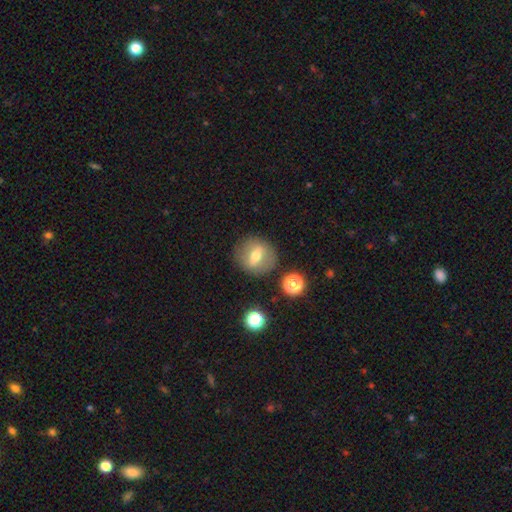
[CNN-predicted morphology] smooth-or-featured: smooth: 53% | featured or disk: 36% | star or artifact: 11%
  how-rounded: round: 81% | in between: 17% | cigar-shaped: 2%
  merging: none: 84% | minor disturbance: 10% | major disturbance: 4% | merger: 2%